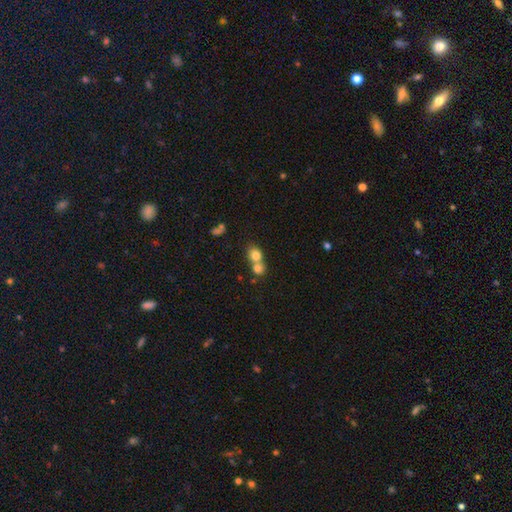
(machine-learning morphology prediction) Overall: smooth (77%). How rounded: round (72%). Merging: merger (59%; none 33%).